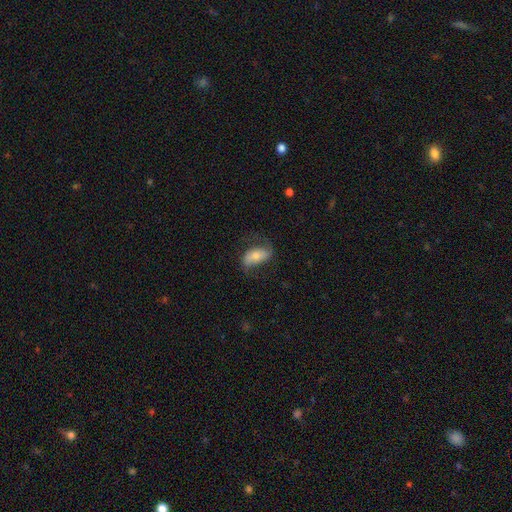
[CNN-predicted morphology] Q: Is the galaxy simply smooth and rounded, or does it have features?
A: featured or disk — 58%.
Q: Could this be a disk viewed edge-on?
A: no — 94%.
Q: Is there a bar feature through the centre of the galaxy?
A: no — 43%.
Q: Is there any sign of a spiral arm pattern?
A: yes — 88%.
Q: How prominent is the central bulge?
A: moderate — 44%.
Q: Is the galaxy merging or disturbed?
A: none — 64%.